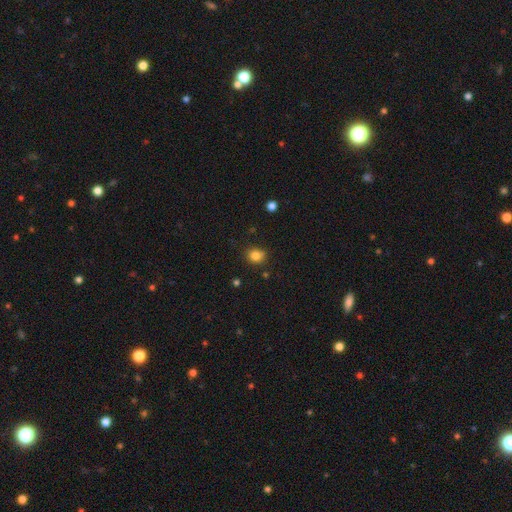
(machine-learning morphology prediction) A smooth galaxy with no disk features (81%) that is round (78%).

Vote fractions:
- Smooth or featured? smooth: 81% / star or artifact: 13% / featured or disk: 6%
- How rounded? round: 78% / in between: 21% / cigar-shaped: 1%
- Merging? none: 75% / minor disturbance: 14% / merger: 7% / major disturbance: 3%